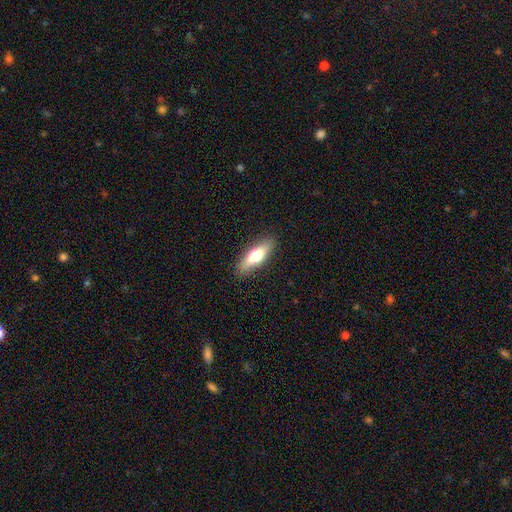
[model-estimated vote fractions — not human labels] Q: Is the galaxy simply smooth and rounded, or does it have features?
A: smooth — 64%.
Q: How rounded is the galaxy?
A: cigar-shaped — 50%.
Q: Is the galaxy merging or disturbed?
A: none — 87%.